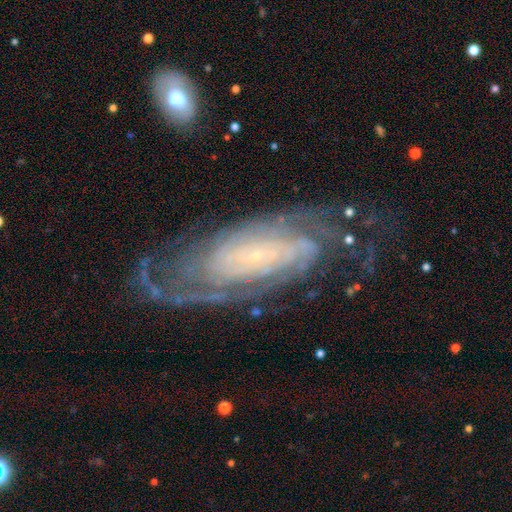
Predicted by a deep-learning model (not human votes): Smooth or featured? featured or disk (87%)
Edge-on disk? no (93%)
Bar? no (67%)
Spiral arms? yes (97%)
Spiral winding? tight (66%)
Spiral arm count? can't tell (32%)
Bulge size? small (85%)
Merging? none (69%)